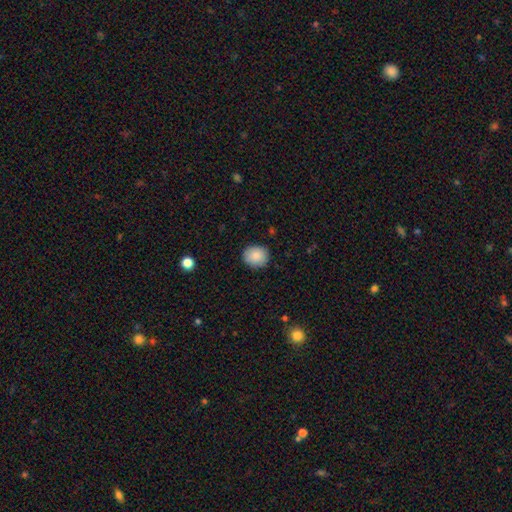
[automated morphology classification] The model was most divided on "how rounded": round: 74%, in between: 25%, cigar-shaped: 1%. More confident: merging — none (88%); smooth or featured — smooth (86%).